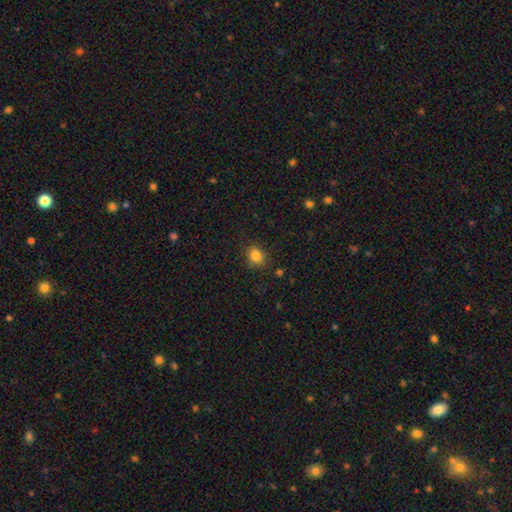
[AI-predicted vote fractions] Q: Smooth or featured?
A: smooth (83%); runner-up: star or artifact (12%)
Q: How rounded?
A: round (52%); runner-up: in between (47%)
Q: Merging?
A: none (83%); runner-up: minor disturbance (12%)